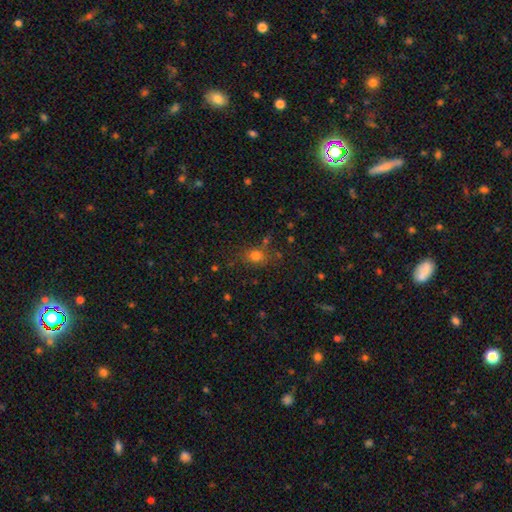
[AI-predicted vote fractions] A smooth galaxy with no disk features (75%) that is round (58%). Merging: none (71%).